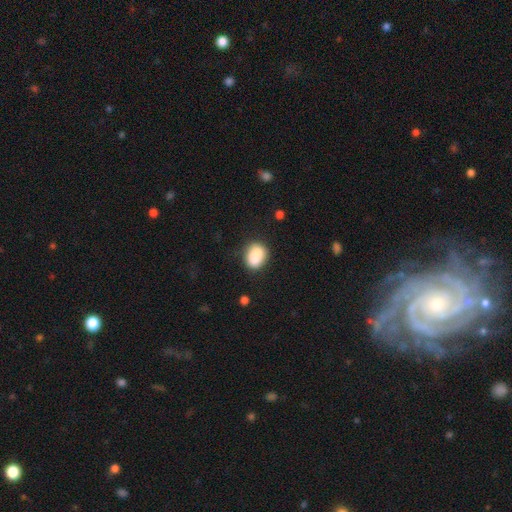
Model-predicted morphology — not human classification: smooth-or-featured: smooth: 87% | star or artifact: 8% | featured or disk: 5%
  how-rounded: in between: 65% | round: 33% | cigar-shaped: 1%
  merging: none: 76% | minor disturbance: 16% | major disturbance: 5% | merger: 3%